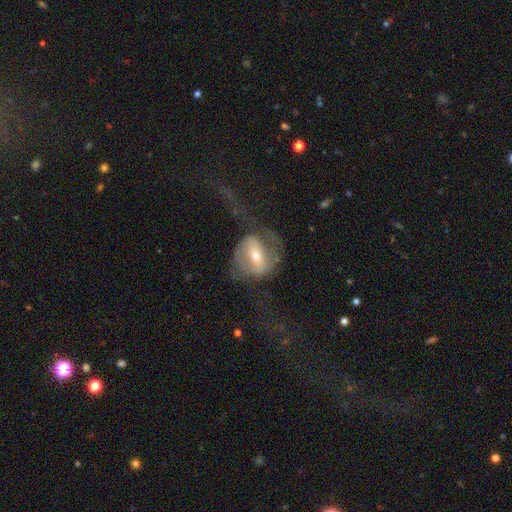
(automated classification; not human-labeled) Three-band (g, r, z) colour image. It shows a featured or disk galaxy (68%) with a strong bar (39%), spiral arms (65%) and a moderate central bulge (48%). Merging: major disturbance (50%).